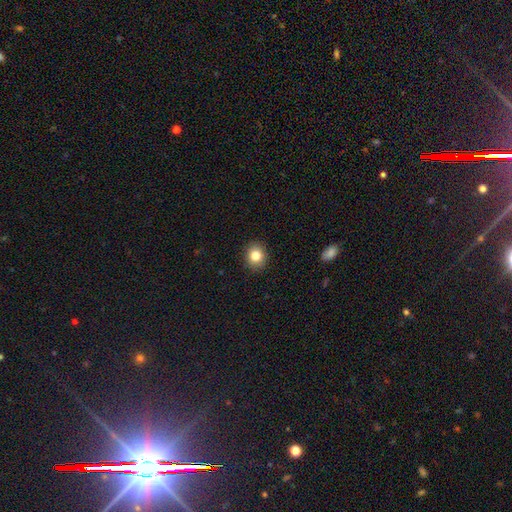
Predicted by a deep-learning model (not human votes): A smooth galaxy with no disk features (83%) that is round (75%). Merging: none (91%).